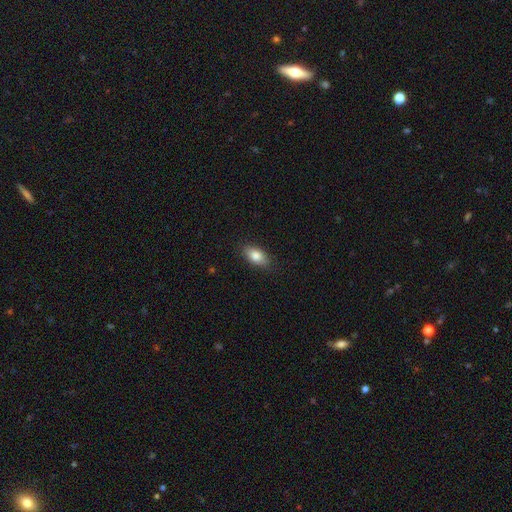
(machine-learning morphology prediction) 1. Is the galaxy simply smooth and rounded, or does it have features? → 84% smooth, 9% featured or disk, 7% star or artifact.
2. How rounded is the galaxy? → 89% in between, 6% cigar-shaped, 5% round.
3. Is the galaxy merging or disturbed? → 86% none, 11% minor disturbance, 2% major disturbance, 1% merger.